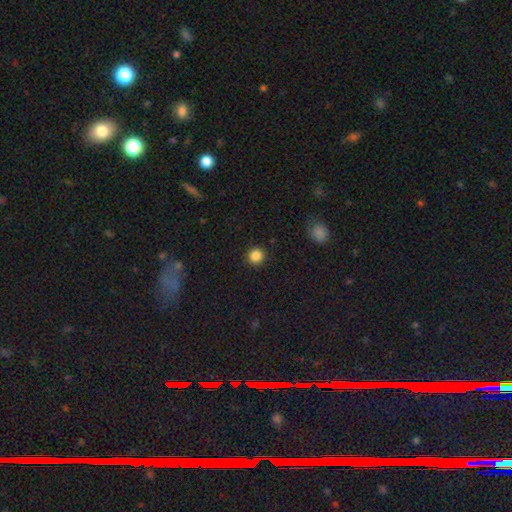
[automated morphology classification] Smooth or featured? smooth (85%)
How rounded? round (93%)
Merging? none (91%)